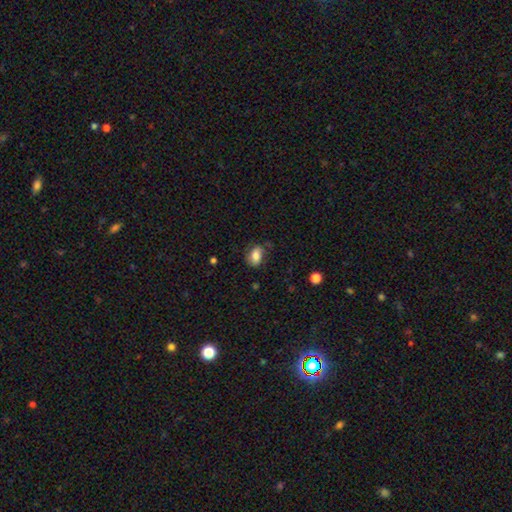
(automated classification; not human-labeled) Smooth or featured: smooth — 78% (featured or disk — 14%)
How rounded: in between — 81% (round — 17%)
Merging: none — 67% (minor disturbance — 24%)